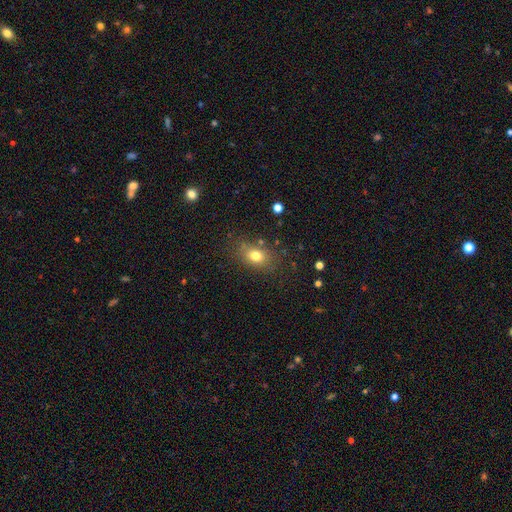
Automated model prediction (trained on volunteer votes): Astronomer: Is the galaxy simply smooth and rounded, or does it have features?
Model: smooth — 77%.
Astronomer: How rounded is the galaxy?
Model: in between — 71%.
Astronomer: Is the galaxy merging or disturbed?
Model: none — 75%.